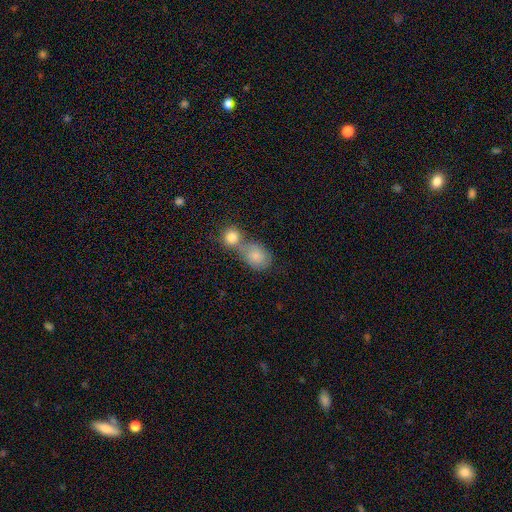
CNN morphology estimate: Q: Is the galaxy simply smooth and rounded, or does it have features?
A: smooth — 81%.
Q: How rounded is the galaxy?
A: in between — 52%.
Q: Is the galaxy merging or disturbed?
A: merger — 56%.